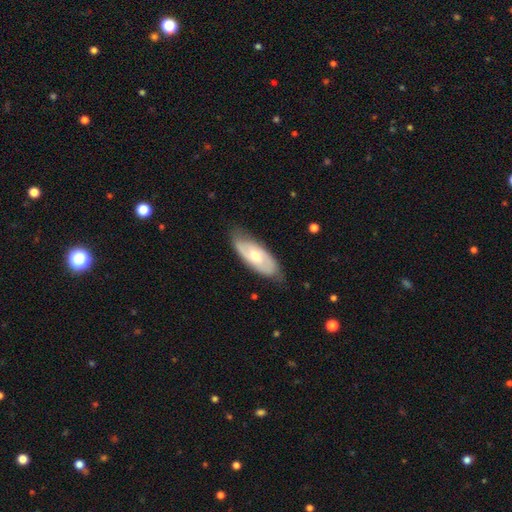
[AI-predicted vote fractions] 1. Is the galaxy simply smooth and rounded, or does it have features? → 55% featured or disk, 40% smooth, 5% star or artifact.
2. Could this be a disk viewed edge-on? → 83% no, 17% yes.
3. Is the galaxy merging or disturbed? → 75% none, 20% minor disturbance, 4% major disturbance, 1% merger.